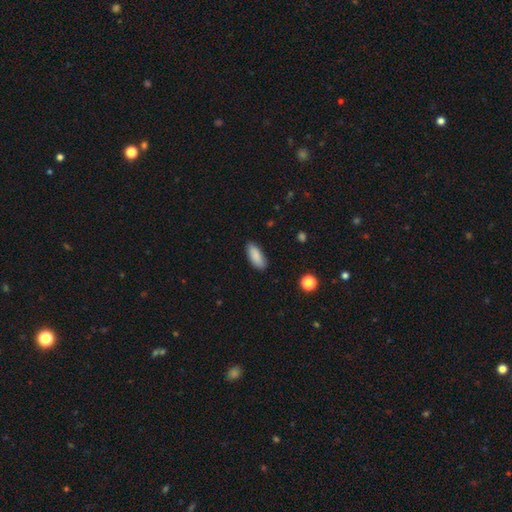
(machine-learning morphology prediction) Smooth or featured? smooth (88%)
How rounded? in between (78%)
Merging? none (86%)